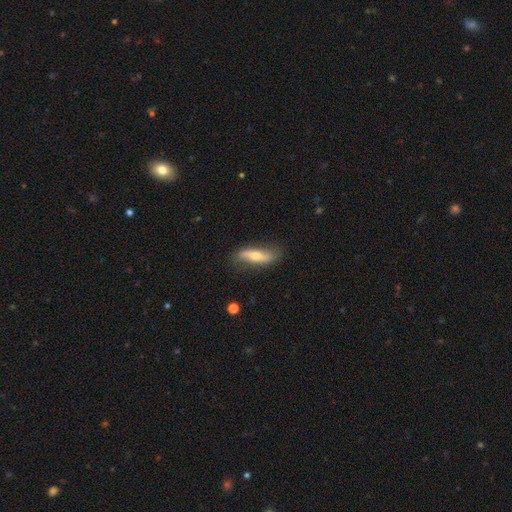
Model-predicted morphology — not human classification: smooth_or_featured: featured or disk (p=0.57) [alt: smooth p=0.37]
disk_edge_on: no (p=0.59) [alt: yes p=0.41]
merging: none (p=0.76) [alt: minor disturbance p=0.18]